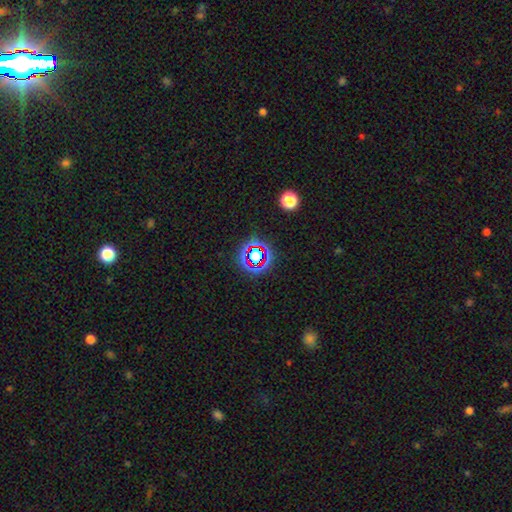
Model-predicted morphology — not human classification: Smooth or featured: star or artifact — 67% (smooth — 21%)